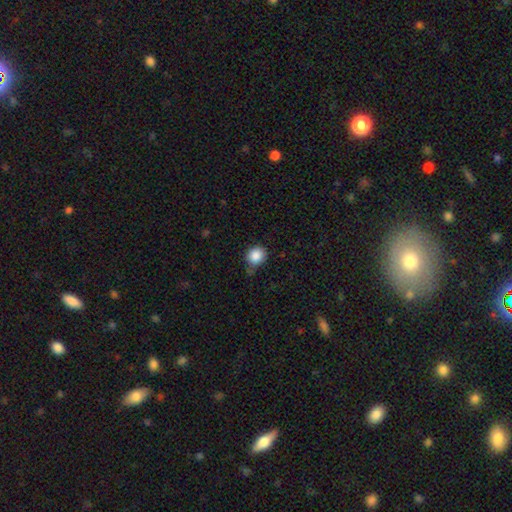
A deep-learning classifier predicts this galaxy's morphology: This is clearly a smooth galaxy (87%). How rounded: likely round (79%). Merging: likely none (65%).